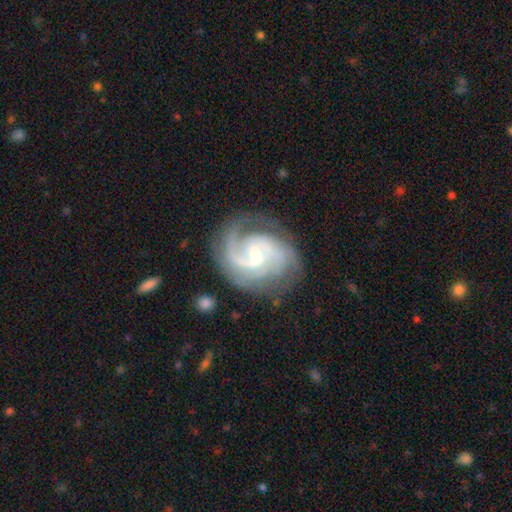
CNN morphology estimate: smooth-or-featured: featured or disk: 91% | smooth: 5% | star or artifact: 4%
  disk-edge-on: no: 98% | yes: 2%
    bar: weak: 46% | no: 43% | strong: 10%
    has-spiral-arms: yes: 98% | no: 2%
      spiral-winding: medium: 46% | tight: 43% | loose: 11%
      spiral-arm-count: 2: 48% | 3: 23% | can't tell: 13% | 1: 7% | 4: 5% | more than 4: 5%
    bulge-size: small: 67% | moderate: 29% | none: 2% | large: 2% | dominant: 1%
  merging: none: 74% | minor disturbance: 16% | major disturbance: 8% | merger: 2%